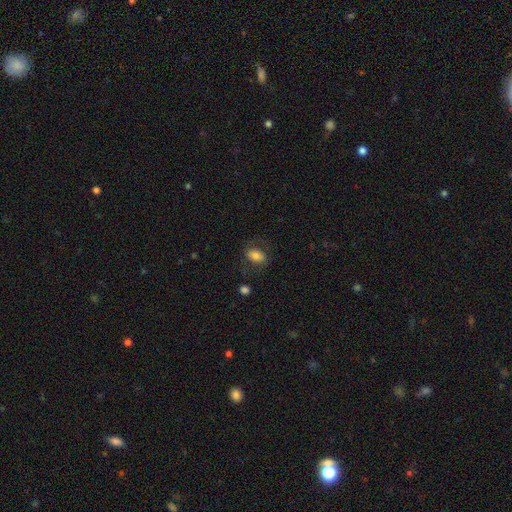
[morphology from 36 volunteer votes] Overall: smooth (78%). How rounded: in between (96%). Merging: none (86%).